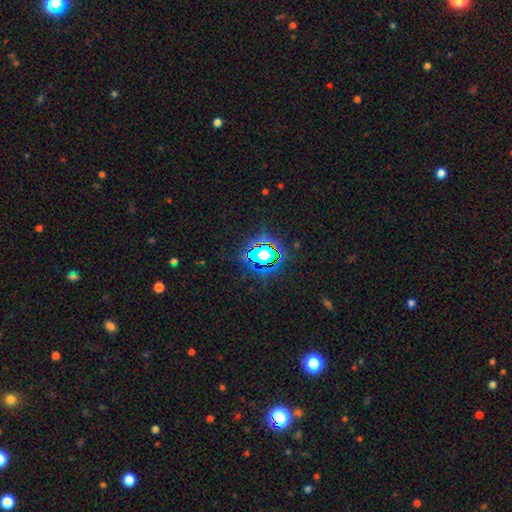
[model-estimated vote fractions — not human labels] star or artifact 71%, smooth 18%, featured or disk 11%.